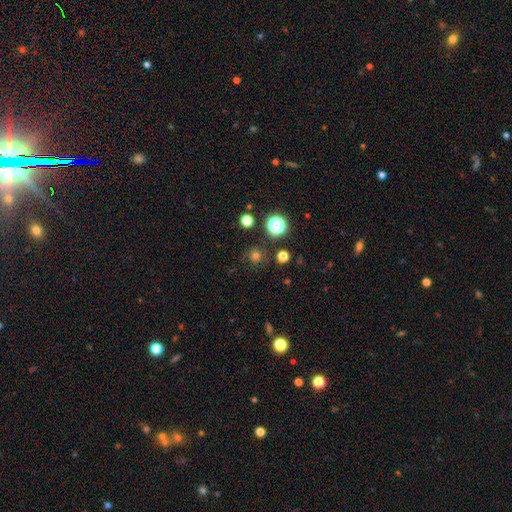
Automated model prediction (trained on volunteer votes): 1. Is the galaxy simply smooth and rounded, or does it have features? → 69% smooth, 24% star or artifact, 8% featured or disk.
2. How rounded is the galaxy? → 93% round, 6% in between, 1% cigar-shaped.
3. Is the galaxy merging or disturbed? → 81% none, 11% minor disturbance, 4% major disturbance, 3% merger.